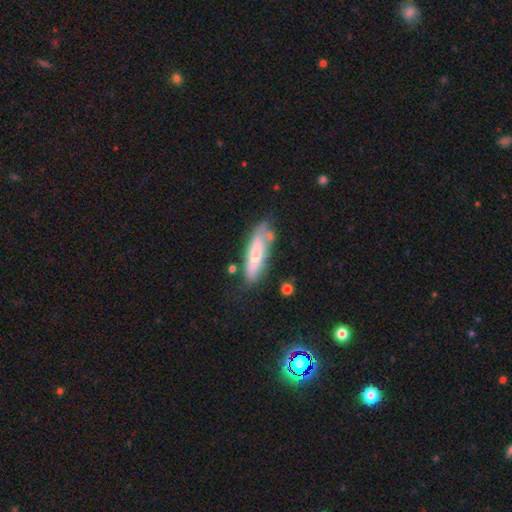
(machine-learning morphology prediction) Overall: smooth (68%). How rounded: cigar-shaped (65%; in between 34%). Merging: none (59%; minor disturbance 24%).